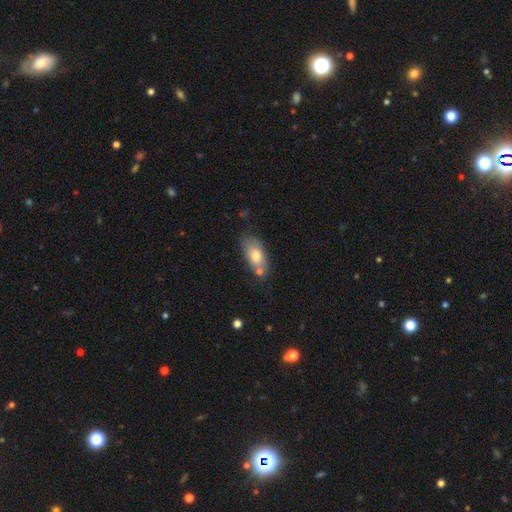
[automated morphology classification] Overall: smooth (74%). How rounded: in between (87%). Merging: none (58%; minor disturbance 21%).